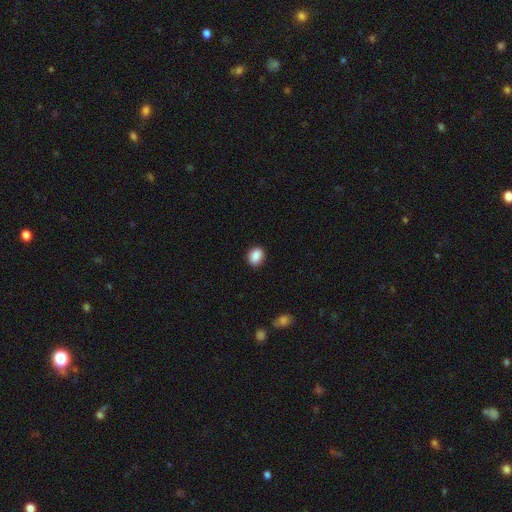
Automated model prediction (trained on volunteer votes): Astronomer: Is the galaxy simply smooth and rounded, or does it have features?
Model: smooth — 89%.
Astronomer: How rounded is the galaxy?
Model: in between — 58% (runner-up: round, 40%).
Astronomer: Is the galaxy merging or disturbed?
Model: none — 89%.